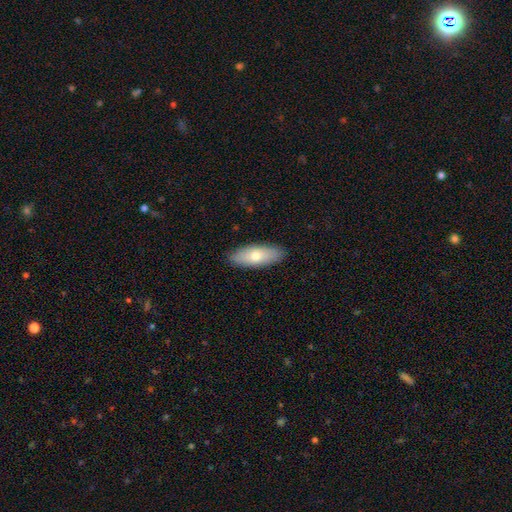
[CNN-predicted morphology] smooth_or_featured: smooth (p=0.71) [alt: featured or disk p=0.23]
how_rounded: in between (p=0.74) [alt: cigar-shaped p=0.23]
merging: none (p=0.89) [alt: minor disturbance p=0.08]